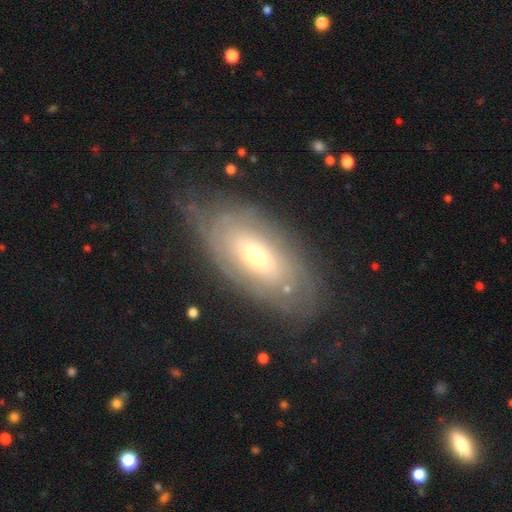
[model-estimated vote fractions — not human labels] Overall: featured or disk (63%; smooth 29%). Edge-on disk: no (88%). Bar: no (75%). Spiral arms: yes (59%; no 41%). Bulge size: moderate (52%; small 40%). Merging: none (68%).